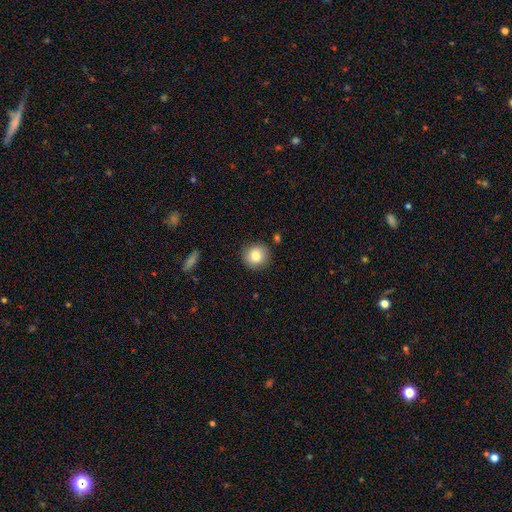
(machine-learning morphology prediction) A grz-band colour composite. It shows a smooth galaxy with no disk features (83%) that is round (90%). Merging: none (88%).